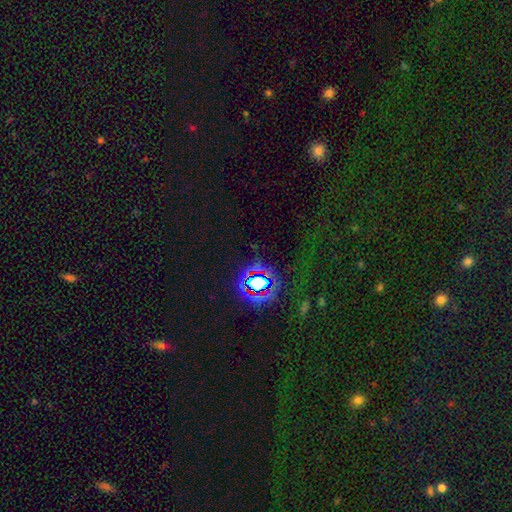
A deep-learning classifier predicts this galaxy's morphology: type=star or artifact (77%).